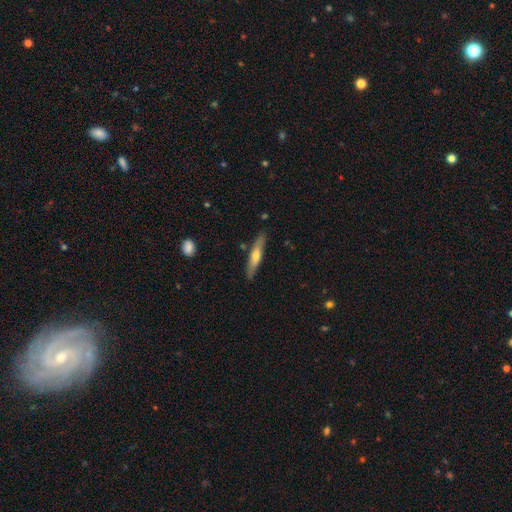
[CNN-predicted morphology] smooth_or_featured: smooth (p=0.51) [alt: featured or disk p=0.43]
how_rounded: cigar-shaped (p=0.88) [alt: in between p=0.11]
merging: none (p=0.85) [alt: minor disturbance p=0.10]